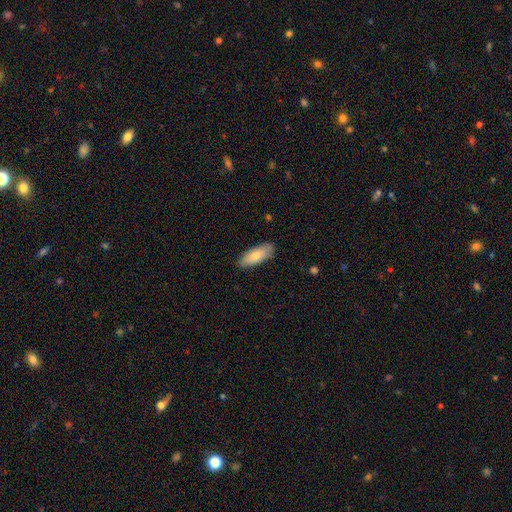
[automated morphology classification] Smooth or featured?
  - smooth: 80% *
  - featured or disk: 15%
  - star or artifact: 6%
How rounded?
  - in between: 75% *
  - cigar-shaped: 23%
  - round: 2%
Merging?
  - none: 85% *
  - minor disturbance: 12%
  - major disturbance: 2%
  - merger: 1%